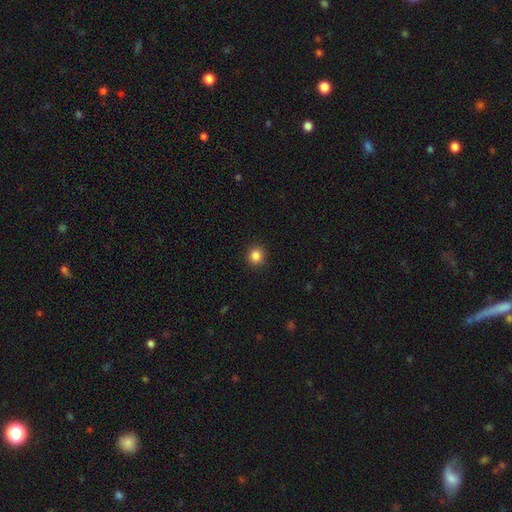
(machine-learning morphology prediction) Smooth or featured?
  - smooth: 86% *
  - star or artifact: 11%
  - featured or disk: 3%
How rounded?
  - round: 91% *
  - in between: 8%
  - cigar-shaped: 1%
Merging?
  - none: 92% *
  - minor disturbance: 6%
  - major disturbance: 2%
  - merger: 1%